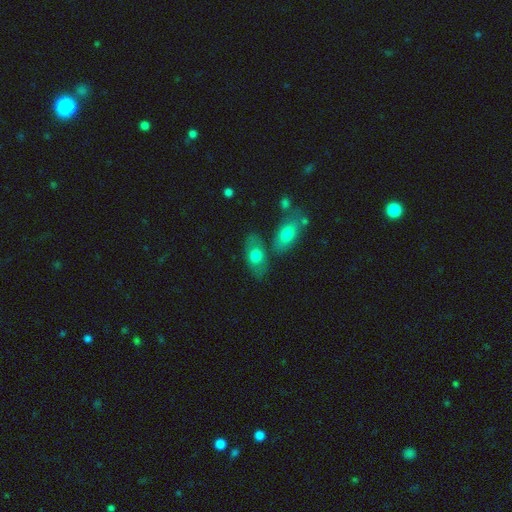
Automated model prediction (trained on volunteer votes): Smooth or featured? smooth (66%)
How rounded? in between (86%)
Merging? none (65%)